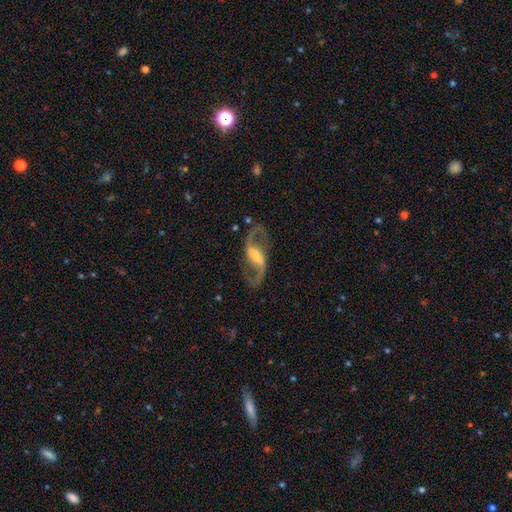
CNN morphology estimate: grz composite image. It shows a featured or disk galaxy (91%) with a weak bar (45%), 2 (94%) loose (55%) spiral arms (97%) and a moderate central bulge (40%). Merging: none (81%).